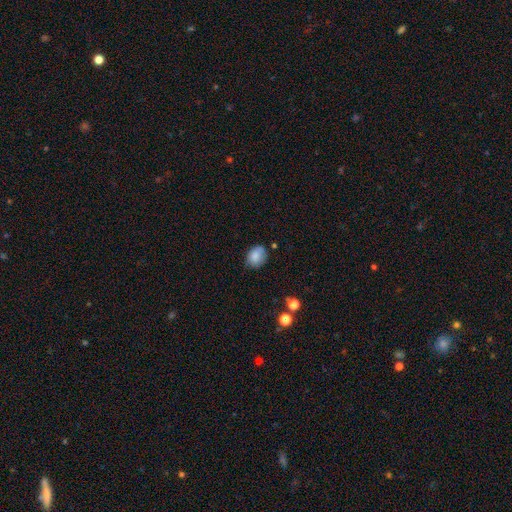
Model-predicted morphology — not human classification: The model was most divided on "how rounded": in between: 58%, round: 41%, cigar-shaped: 1%. More confident: smooth or featured — smooth (83%); merging — none (69%).